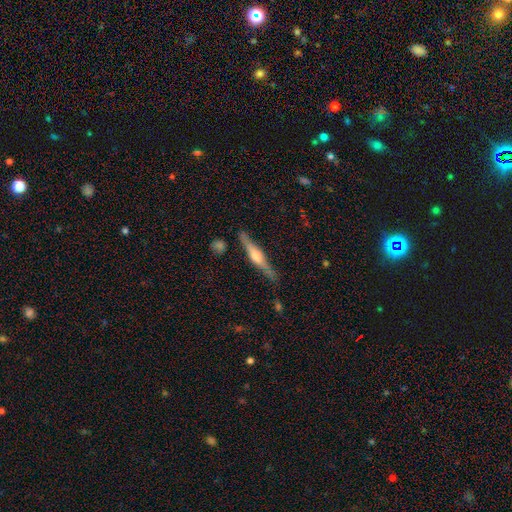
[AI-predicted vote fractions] This is likely a featured or disk galaxy (69%). It is clearly viewed edge-on (97%). Edge-on bulge: likely rounded (79%). Merging: clearly none (82%).